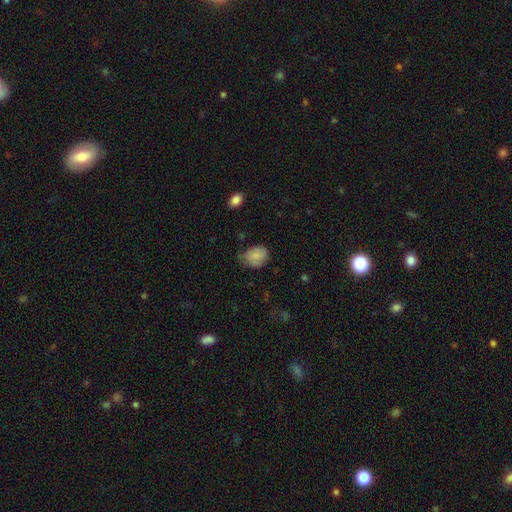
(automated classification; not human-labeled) smooth 82%, featured or disk 10%, star or artifact 8%. Down the decision tree: how rounded — in between (56%); merging — none (52%).